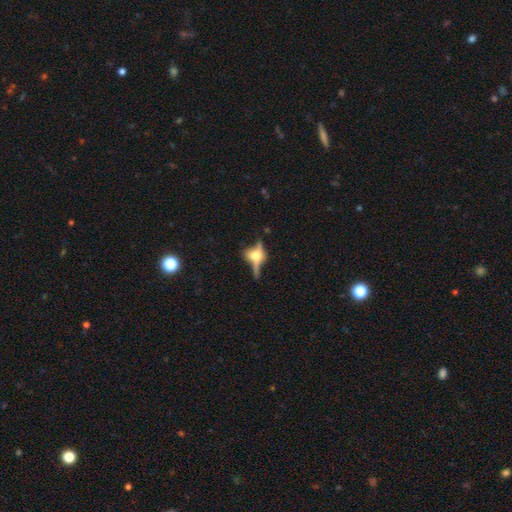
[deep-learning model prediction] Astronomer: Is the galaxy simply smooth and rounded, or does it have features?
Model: featured or disk — 61%.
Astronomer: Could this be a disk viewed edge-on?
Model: yes — 82%.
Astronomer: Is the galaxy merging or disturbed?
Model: none — 56%.